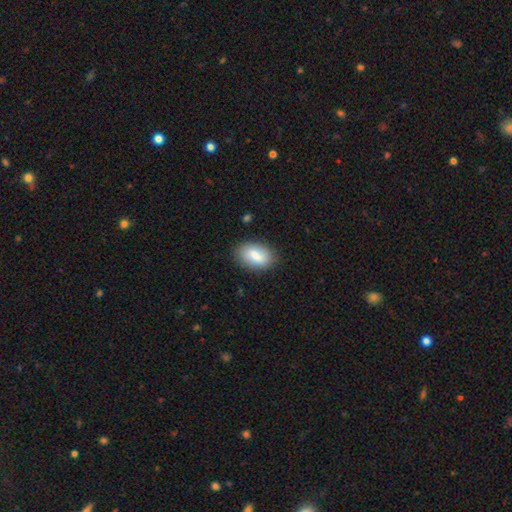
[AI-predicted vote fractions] This is likely a smooth galaxy (80%). How rounded: clearly in between (91%). Merging: clearly none (83%).